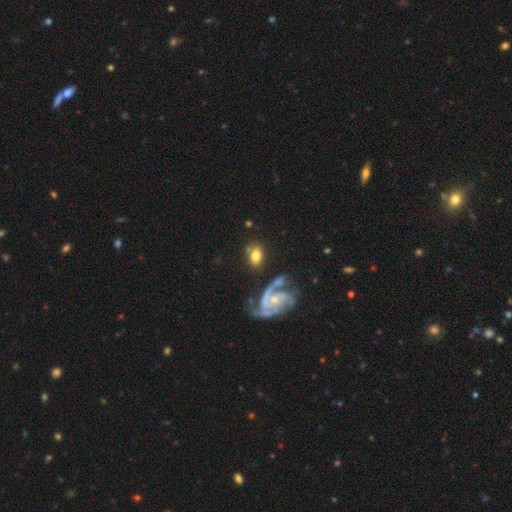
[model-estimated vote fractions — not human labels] A smooth galaxy with no disk features (65%) that is in between round and cigar-shaped (81%).

Vote fractions:
- Smooth or featured? smooth: 65% / featured or disk: 27% / star or artifact: 8%
- How rounded? in between: 81% / round: 17% / cigar-shaped: 2%
- Merging? none: 62% / minor disturbance: 18% / merger: 12% / major disturbance: 8%